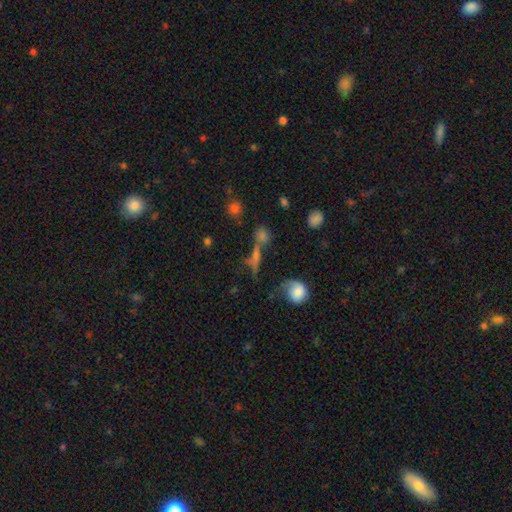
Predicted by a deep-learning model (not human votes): smooth-or-featured: smooth: 45% | featured or disk: 32% | star or artifact: 23%
  merging: none: 47% | merger: 21% | minor disturbance: 16% | major disturbance: 16%